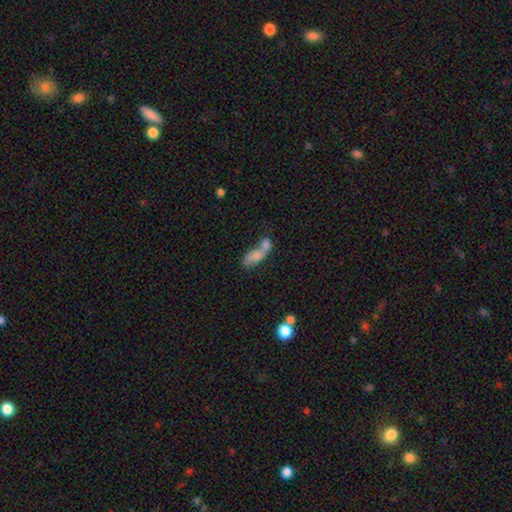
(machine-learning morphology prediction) This is likely a smooth galaxy (67%). How rounded: likely in between (77%). Merging: likely merger (65%).